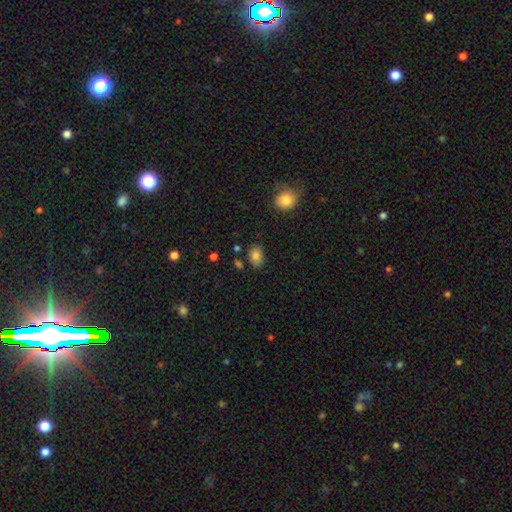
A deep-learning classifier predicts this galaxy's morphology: Smooth or featured: smooth — 83% (star or artifact — 10%)
How rounded: in between — 77% (round — 22%)
Merging: none — 79% (minor disturbance — 14%)